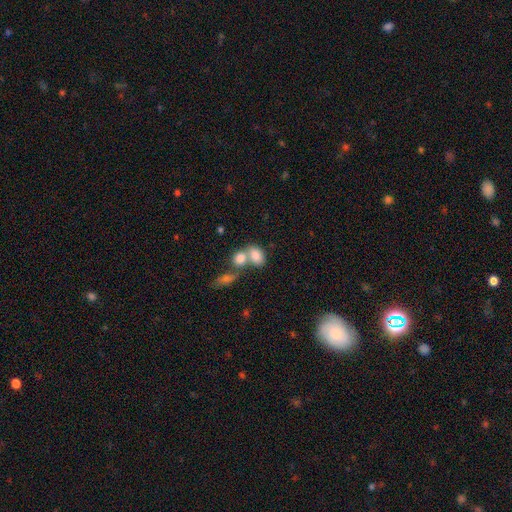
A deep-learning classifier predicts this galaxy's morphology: Smooth or featured? smooth (80%)
How rounded? in between (79%)
Merging? merger (55%)